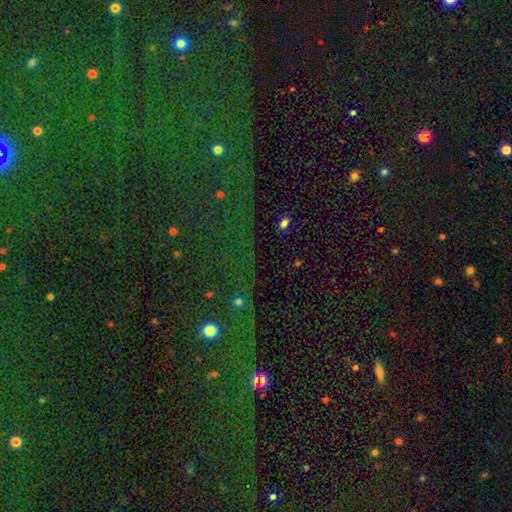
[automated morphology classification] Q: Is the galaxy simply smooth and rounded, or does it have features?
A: star or artifact — 80%.